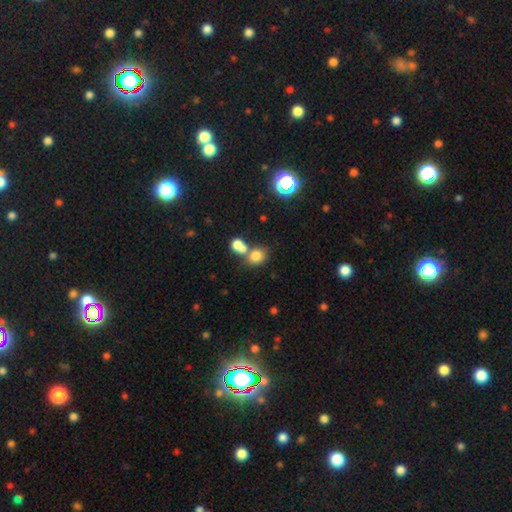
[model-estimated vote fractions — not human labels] Overall: smooth (76%). How rounded: round (68%; in between 31%). Merging: none (45%; merger 42%).